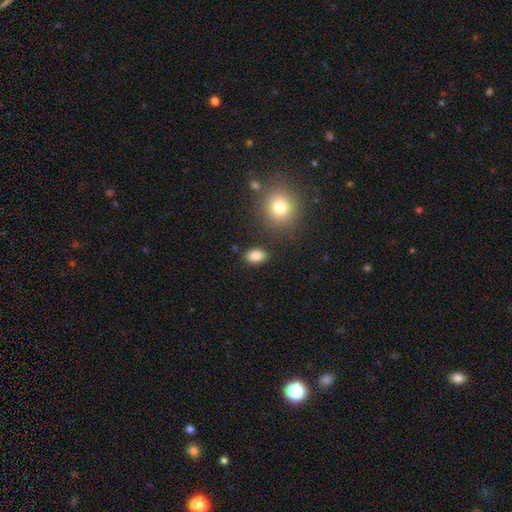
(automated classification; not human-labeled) Smooth or featured: smooth — 85% (star or artifact — 10%)
How rounded: in between — 79% (round — 19%)
Merging: none — 84% (minor disturbance — 10%)